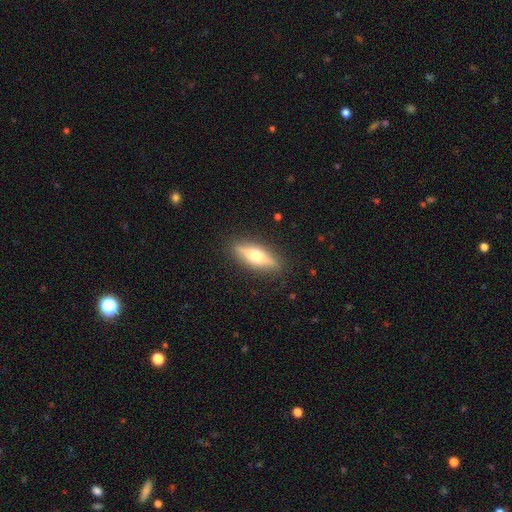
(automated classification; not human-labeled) A featured or disk galaxy (55%) viewed edge-on (92%) with a rounded central bulge (93%). Merging: none (89%).